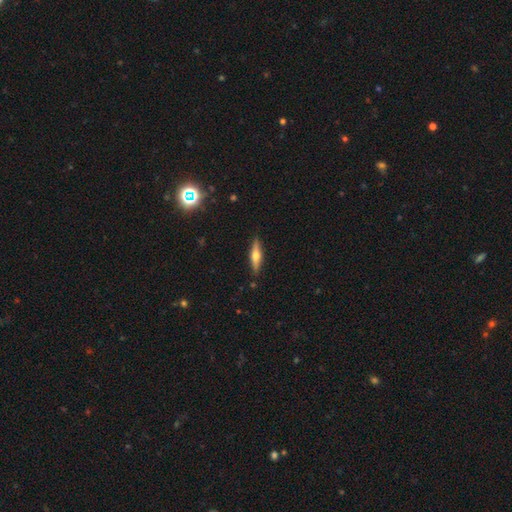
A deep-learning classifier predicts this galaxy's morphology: This appears to be a featured or disk galaxy (56%) viewed edge-on (95%) with a rounded central bulge (91%). Merging: none (88%).